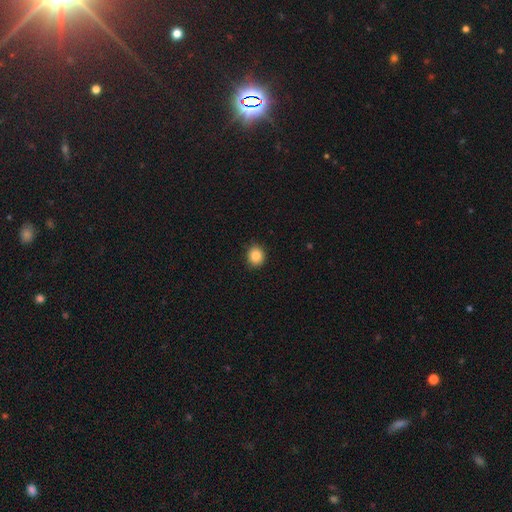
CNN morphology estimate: Smooth or featured: smooth — 85% (star or artifact — 10%)
How rounded: round — 81% (in between — 18%)
Merging: none — 89% (minor disturbance — 8%)